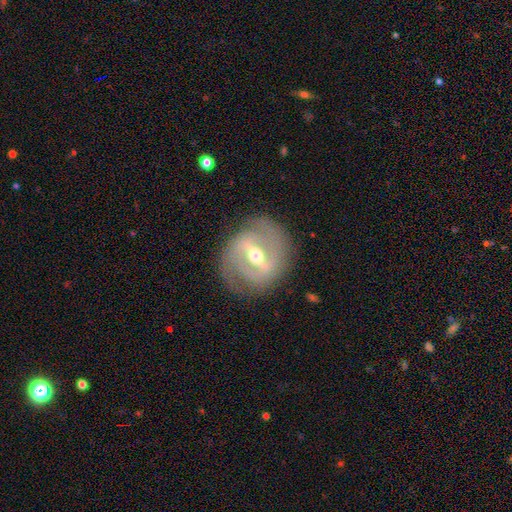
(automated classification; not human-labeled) A featured or disk galaxy (85%) with a strong bar (63%), 2 (66%) tight (48%) spiral arms (83%) and a moderate central bulge (64%).

Vote fractions:
- Smooth or featured? featured or disk: 85% / smooth: 10% / star or artifact: 5%
- Edge-on disk? no: 94% / yes: 6%
- Bar? strong: 63% / weak: 29% / no: 8%
- Spiral arms? yes: 83% / no: 17%
- Spiral winding? tight: 48% / medium: 38% / loose: 14%
- Spiral arm count? 2: 66% / can't tell: 18% / 3: 8% / 1: 3% / 4: 2% / more than 4: 2%
- Bulge size? moderate: 64% / small: 31% / large: 4% / none: 1% / dominant: 1%
- Merging? none: 79% / minor disturbance: 14% / major disturbance: 6% / merger: 1%